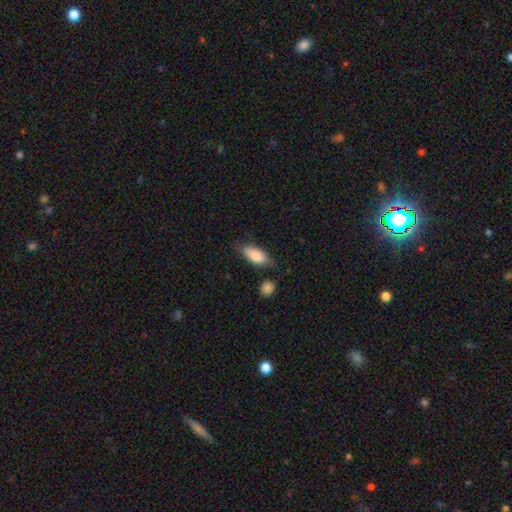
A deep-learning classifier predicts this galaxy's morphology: smooth 82%, featured or disk 12%, star or artifact 6%. Down the decision tree: how rounded — in between (80%); merging — none (68%).